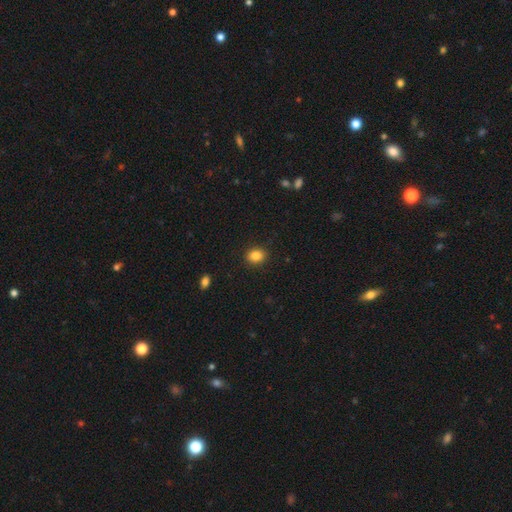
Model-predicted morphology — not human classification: Smooth or featured? smooth (86%)
How rounded? in between (50%)
Merging? none (90%)